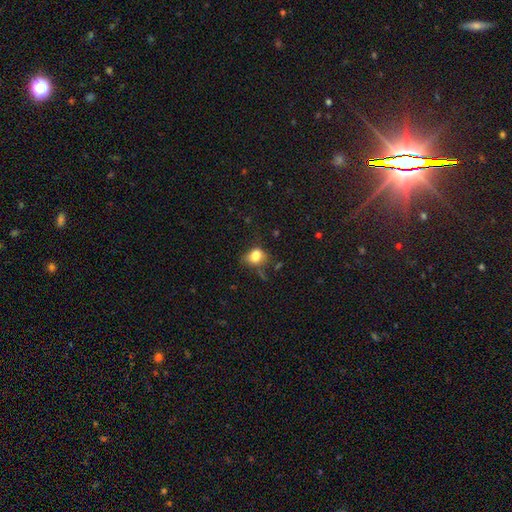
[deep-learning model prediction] A smooth galaxy with no disk features (78%) that is in between round and cigar-shaped (63%).

Vote fractions:
- Smooth or featured? smooth: 78% / star or artifact: 11% / featured or disk: 10%
- How rounded? in between: 63% / round: 36% / cigar-shaped: 1%
- Merging? none: 43% / minor disturbance: 31% / major disturbance: 18% / merger: 7%